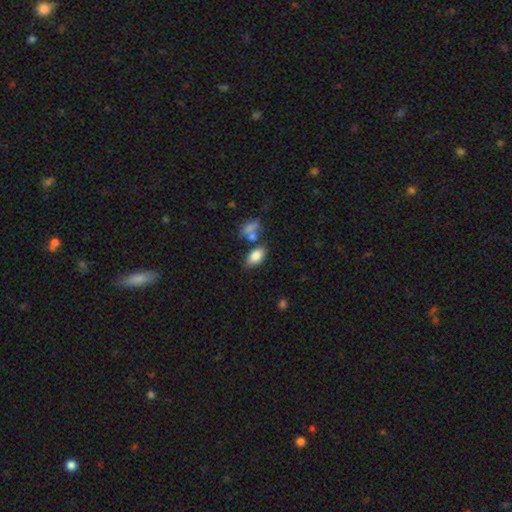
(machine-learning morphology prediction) smooth 84%, star or artifact 8%, featured or disk 8%. Down the decision tree: how rounded — in between (92%); merging — none (63%).